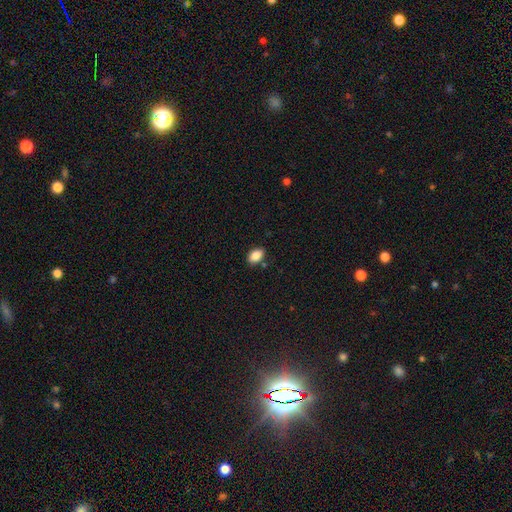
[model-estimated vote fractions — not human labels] A smooth galaxy with no disk features (87%) that is in between round and cigar-shaped (88%). Merging: none (84%).